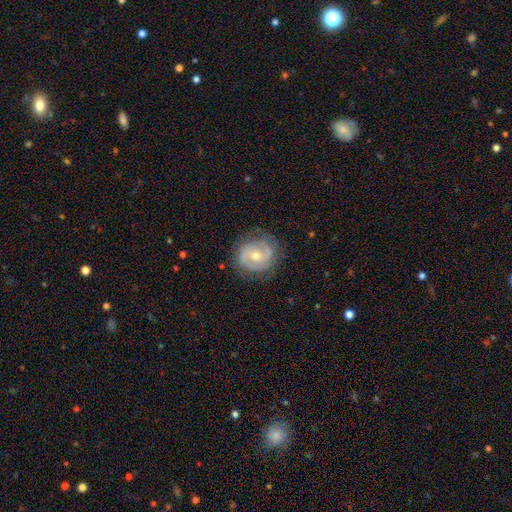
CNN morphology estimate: The model was most divided on "spiral winding": tight: 51%, medium: 37%, loose: 13%. More confident: edge-on disk — no (97%); spiral arms — yes (83%); merging — none (78%); smooth or featured — featured or disk (77%); spiral arm count — 2 (73%); bulge size — moderate (62%); bar — no (55%).